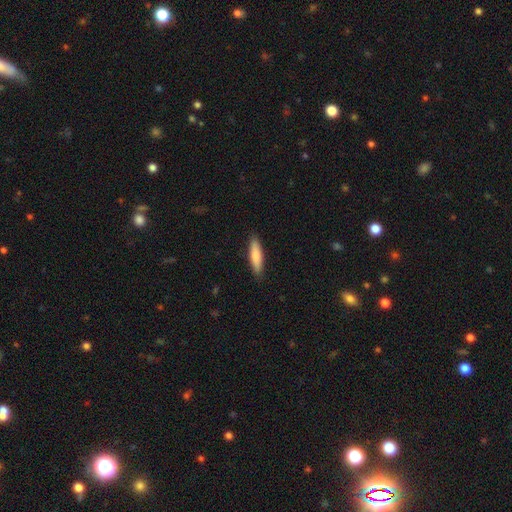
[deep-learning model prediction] Smooth or featured? Predicted: smooth (p=0.79). How rounded? Predicted: cigar-shaped (p=0.72). Merging? Predicted: none (p=0.89).